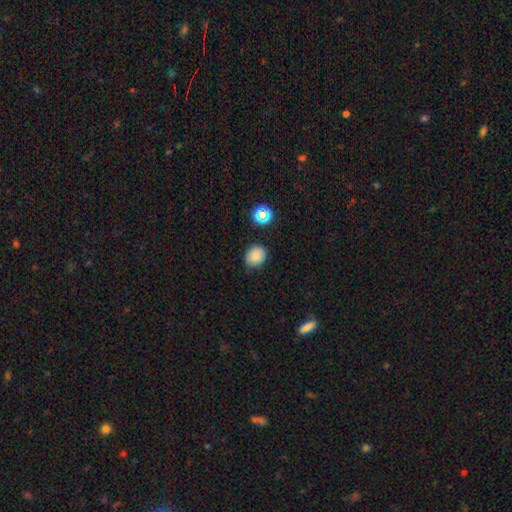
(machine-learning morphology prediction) A smooth galaxy with no disk features (81%) that is round (64%). Merging: none (77%).